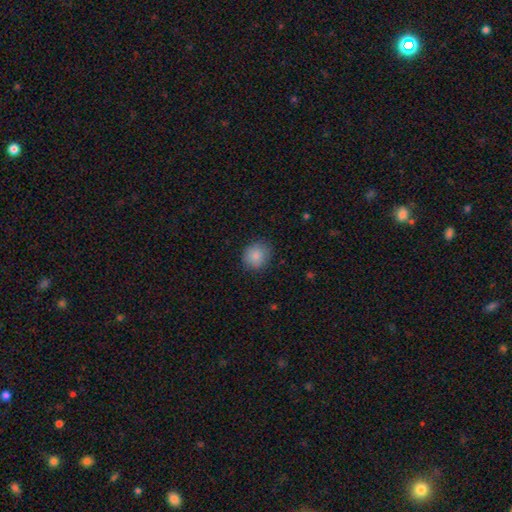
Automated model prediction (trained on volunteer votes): Smooth or featured?
  - smooth: 86% *
  - star or artifact: 9%
  - featured or disk: 5%
How rounded?
  - round: 77% *
  - in between: 22%
  - cigar-shaped: 1%
Merging?
  - none: 82% *
  - minor disturbance: 14%
  - major disturbance: 3%
  - merger: 1%